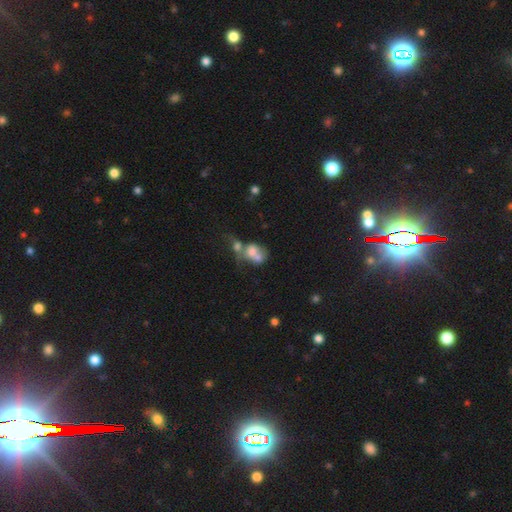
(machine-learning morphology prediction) star or artifact 49%, smooth 27%, featured or disk 23%.